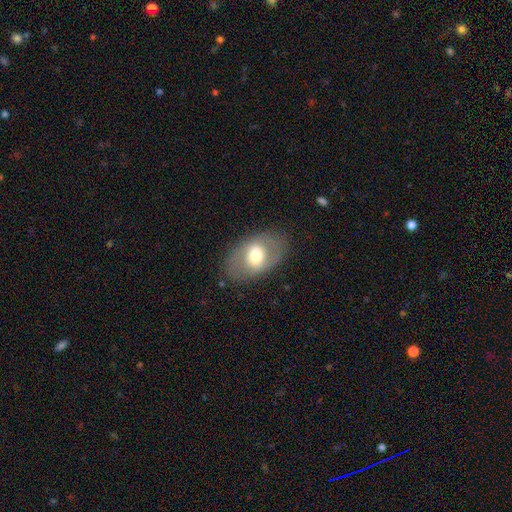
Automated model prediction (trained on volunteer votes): A smooth galaxy with no disk features (54%) that is in between round and cigar-shaped (84%).

Vote fractions:
- Smooth or featured? smooth: 54% / featured or disk: 39% / star or artifact: 7%
- How rounded? in between: 84% / round: 15% / cigar-shaped: 1%
- Merging? none: 80% / minor disturbance: 13% / major disturbance: 7% / merger: 1%